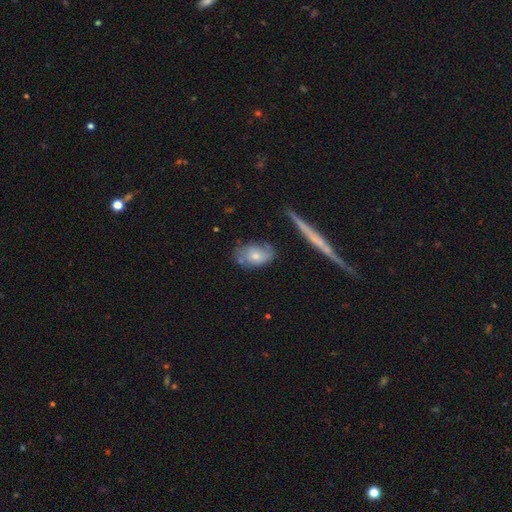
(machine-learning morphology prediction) Smooth or featured: smooth — 60% (featured or disk — 33%)
How rounded: in between — 80% (round — 16%)
Merging: none — 57% (minor disturbance — 25%)